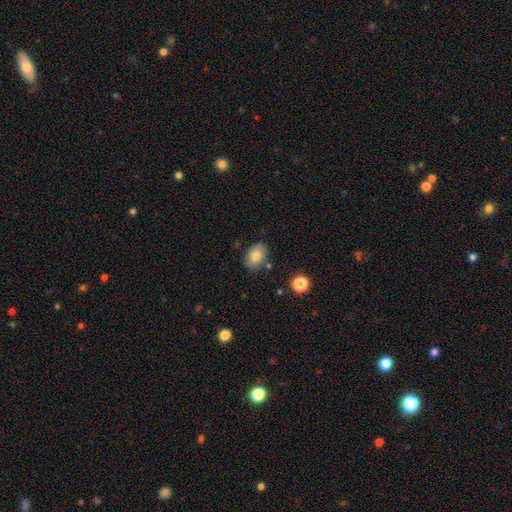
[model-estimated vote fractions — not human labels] Smooth or featured?
  - smooth: 81% *
  - featured or disk: 11%
  - star or artifact: 8%
How rounded?
  - in between: 80% *
  - round: 19%
  - cigar-shaped: 1%
Merging?
  - none: 80% *
  - minor disturbance: 13%
  - merger: 4%
  - major disturbance: 3%